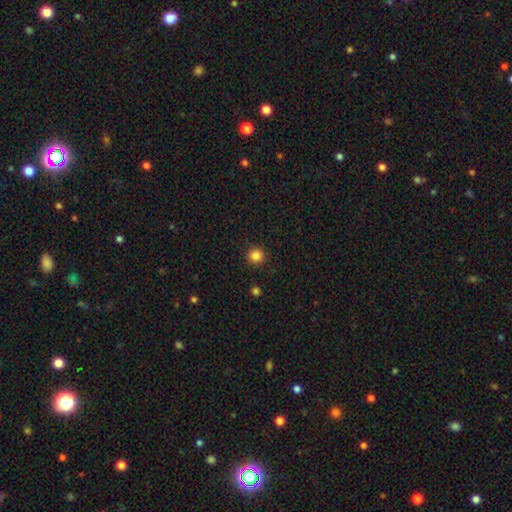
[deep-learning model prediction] Overall: smooth (85%). How rounded: round (92%). Merging: none (91%).